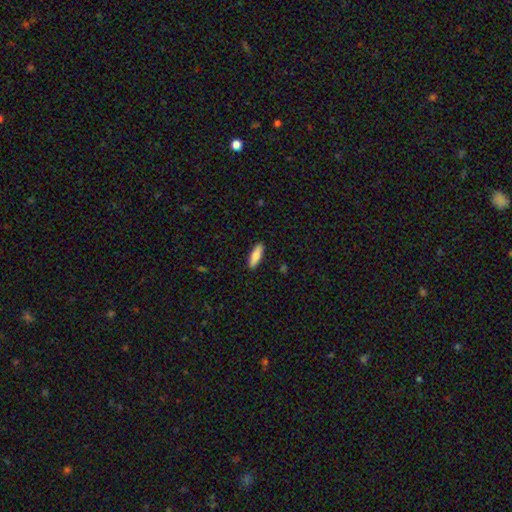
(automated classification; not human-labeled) Smooth or featured: smooth — 80% (featured or disk — 14%)
How rounded: cigar-shaped — 53% (in between — 45%)
Merging: none — 90% (minor disturbance — 7%)